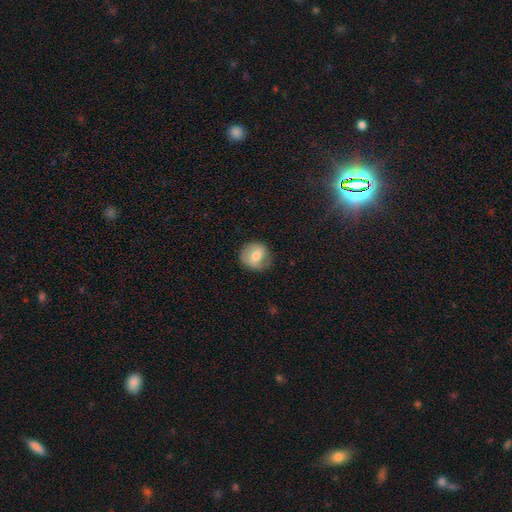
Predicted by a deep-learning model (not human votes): Overall: smooth (63%; featured or disk 29%). How rounded: round (84%). Merging: none (79%).